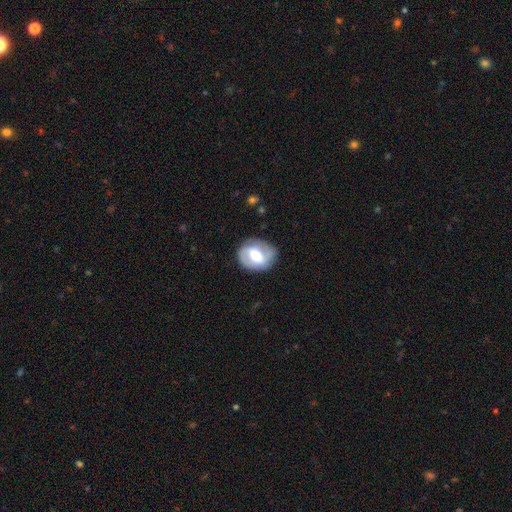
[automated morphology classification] Q: Smooth or featured?
A: featured or disk (62%); runner-up: smooth (32%)
Q: Edge-on disk?
A: no (96%); runner-up: yes (4%)
Q: Bar?
A: weak (43%); runner-up: strong (35%)
Q: Spiral arms?
A: yes (70%); runner-up: no (30%)
Q: Bulge size?
A: moderate (61%); runner-up: large (18%)
Q: Merging?
A: none (80%); runner-up: minor disturbance (14%)